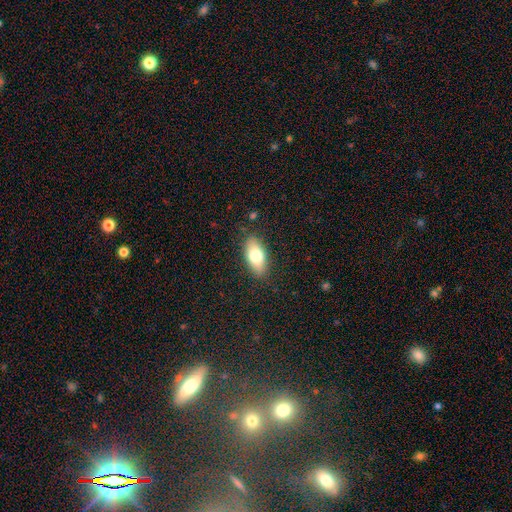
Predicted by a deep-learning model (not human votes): Morphology: type=smooth (75%); roundness=in between (87%); merging=none (86%).